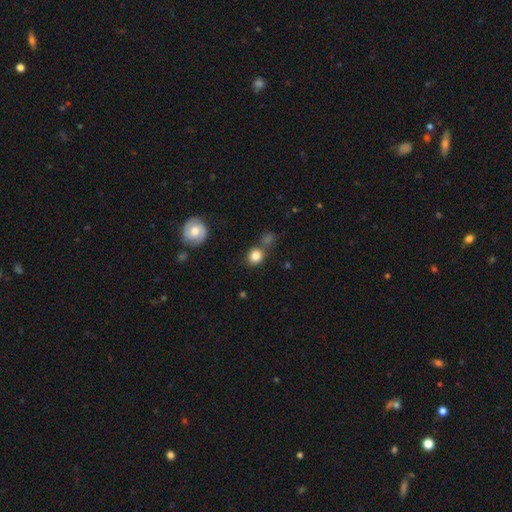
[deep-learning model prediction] smooth-or-featured: smooth: 82% | star or artifact: 10% | featured or disk: 8%
  how-rounded: round: 75% | in between: 23% | cigar-shaped: 1%
  merging: none: 67% | merger: 17% | minor disturbance: 12% | major disturbance: 4%